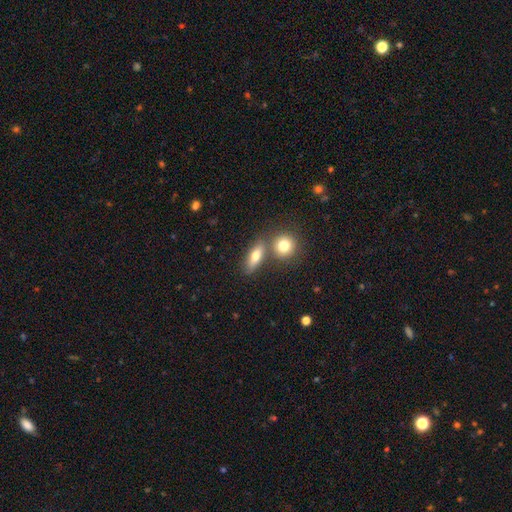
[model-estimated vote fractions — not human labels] Smooth or featured? smooth (70%)
How rounded? in between (57%)
Merging? none (63%)